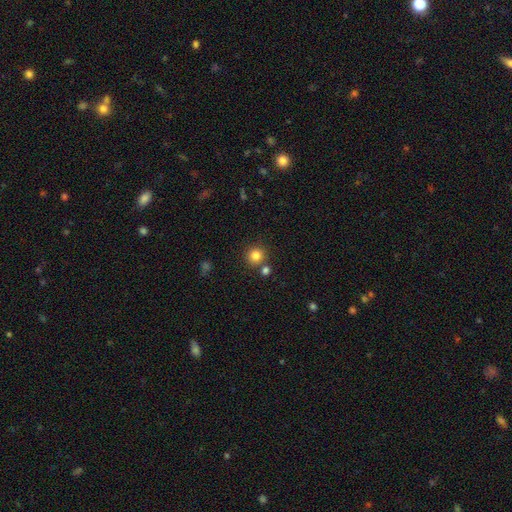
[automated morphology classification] This is clearly a smooth galaxy (83%). How rounded: clearly round (93%). Merging: likely none (79%).